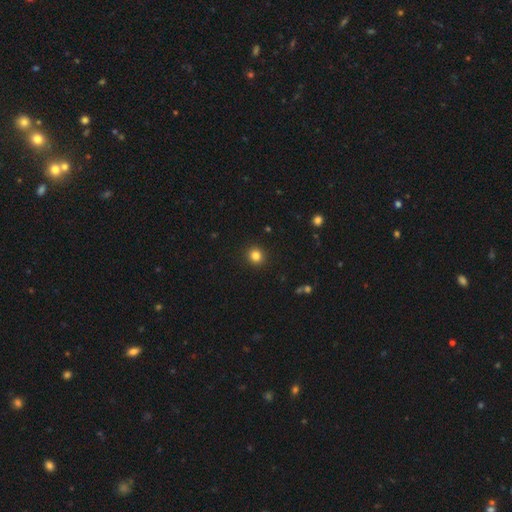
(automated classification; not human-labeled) This is clearly a smooth galaxy (83%). How rounded: clearly round (90%). Merging: clearly none (92%).